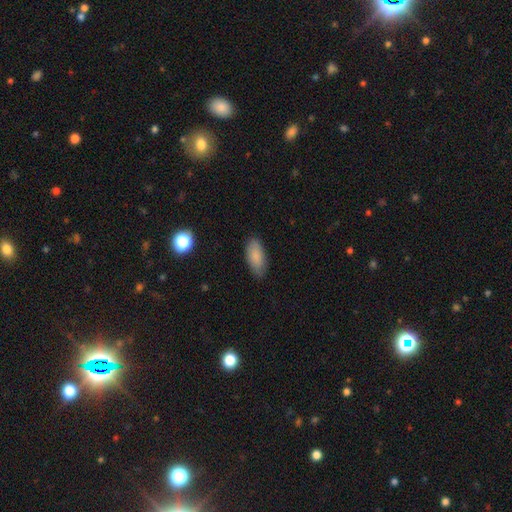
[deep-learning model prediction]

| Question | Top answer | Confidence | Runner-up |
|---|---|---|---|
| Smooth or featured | smooth | 84% | featured or disk (9%) |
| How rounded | in between | 86% | cigar-shaped (12%) |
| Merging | none | 80% | minor disturbance (16%) |